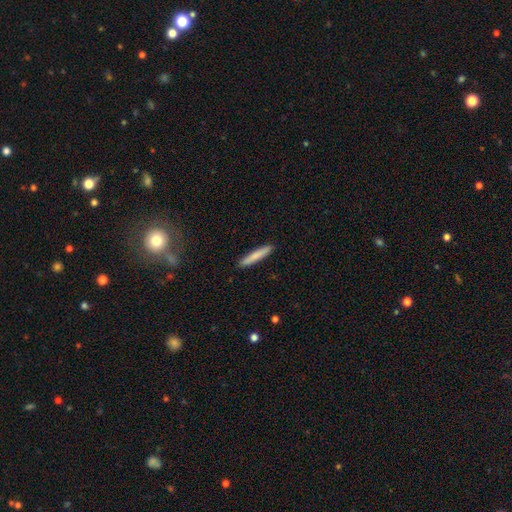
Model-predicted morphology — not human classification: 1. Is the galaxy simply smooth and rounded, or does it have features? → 79% smooth, 15% featured or disk, 6% star or artifact.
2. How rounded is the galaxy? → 94% cigar-shaped, 5% in between, 1% round.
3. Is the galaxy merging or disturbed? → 91% none, 6% minor disturbance, 1% major disturbance, 1% merger.